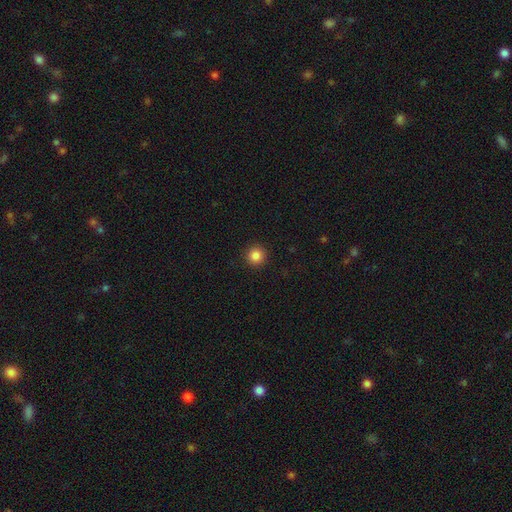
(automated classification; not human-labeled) Smooth or featured? Predicted: smooth (p=0.85). How rounded? Predicted: round (p=0.96). Merging? Predicted: none (p=0.93).